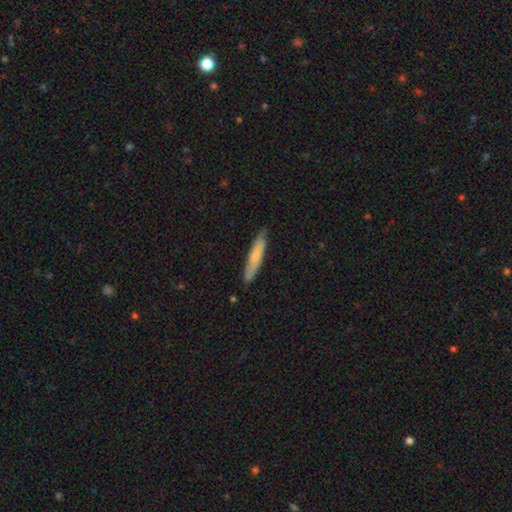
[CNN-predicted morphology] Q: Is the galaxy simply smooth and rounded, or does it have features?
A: smooth — 67%.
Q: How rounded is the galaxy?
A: cigar-shaped — 90%.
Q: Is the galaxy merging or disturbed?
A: none — 83%.